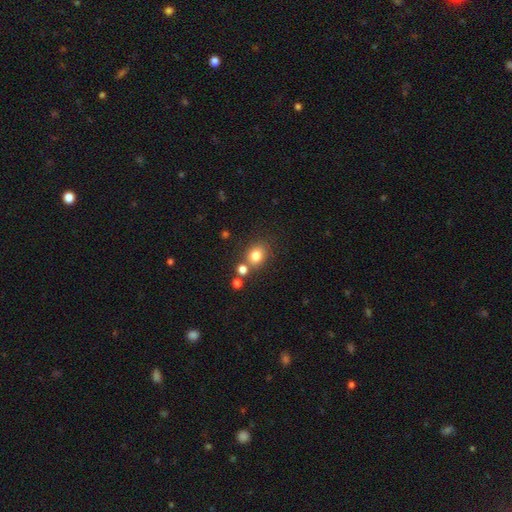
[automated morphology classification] smooth-or-featured: smooth: 80% | star or artifact: 12% | featured or disk: 8%
  how-rounded: round: 63% | in between: 36% | cigar-shaped: 1%
  merging: none: 69% | merger: 15% | minor disturbance: 11% | major disturbance: 4%